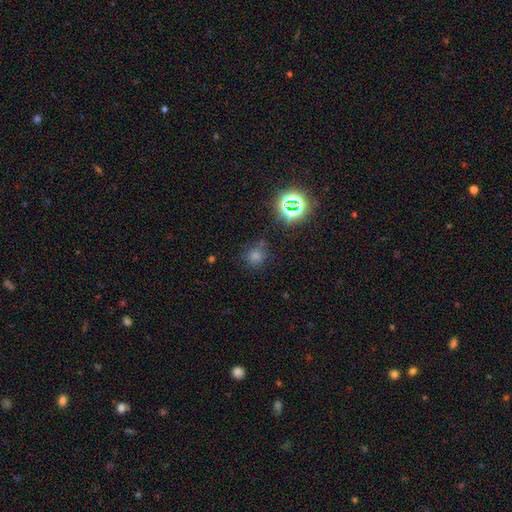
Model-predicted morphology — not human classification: The model was most divided on "smooth or featured": smooth: 66%, star or artifact: 27%, featured or disk: 7%. More confident: how rounded — round (88%); merging — none (75%).